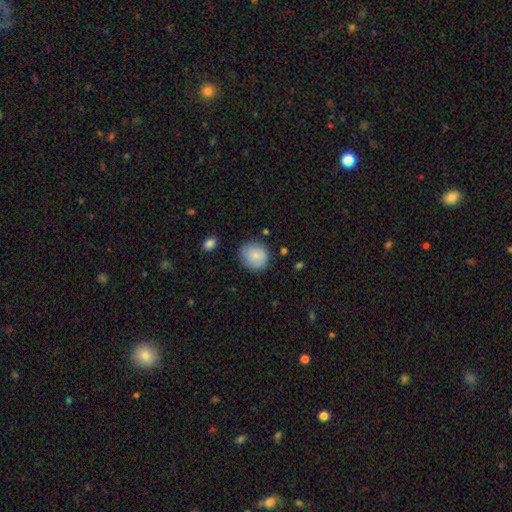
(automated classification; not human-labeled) A smooth galaxy with no disk features (84%) that is round (83%). Merging: none (78%).